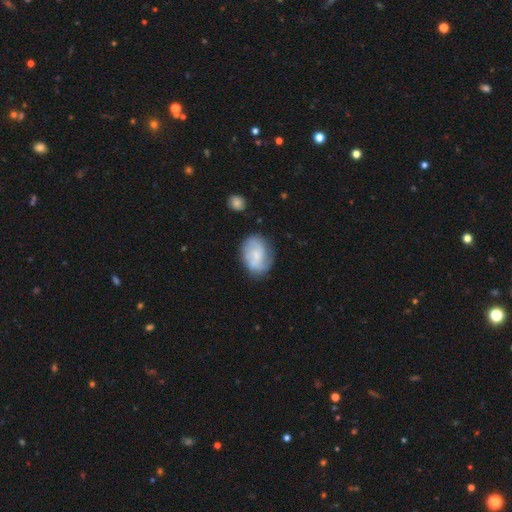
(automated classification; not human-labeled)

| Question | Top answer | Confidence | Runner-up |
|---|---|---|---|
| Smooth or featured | featured or disk | 48% | smooth (45%) |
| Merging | none | 64% | minor disturbance (23%) |